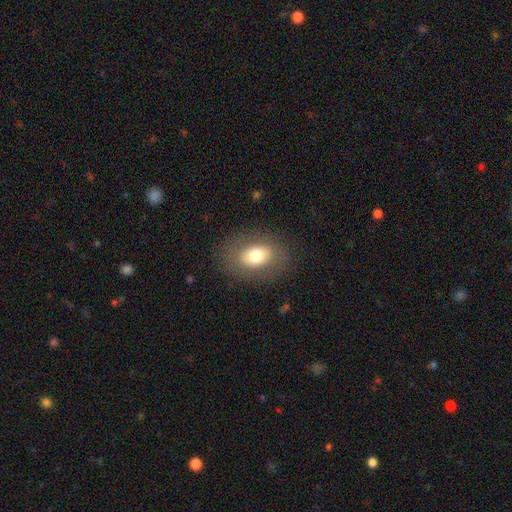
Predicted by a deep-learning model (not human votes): Smooth or featured? Predicted: smooth (p=0.67). How rounded? Predicted: in between (p=0.78). Merging? Predicted: none (p=0.81).